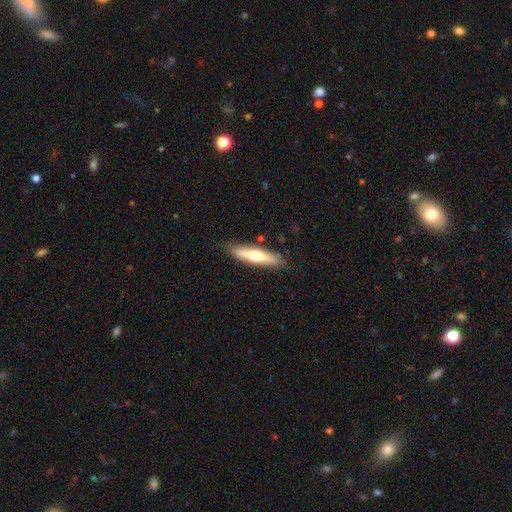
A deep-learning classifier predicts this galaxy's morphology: smooth_or_featured: smooth (p=0.53) [alt: featured or disk p=0.41]
how_rounded: cigar-shaped (p=0.78) [alt: in between p=0.20]
merging: none (p=0.83) [alt: minor disturbance p=0.12]